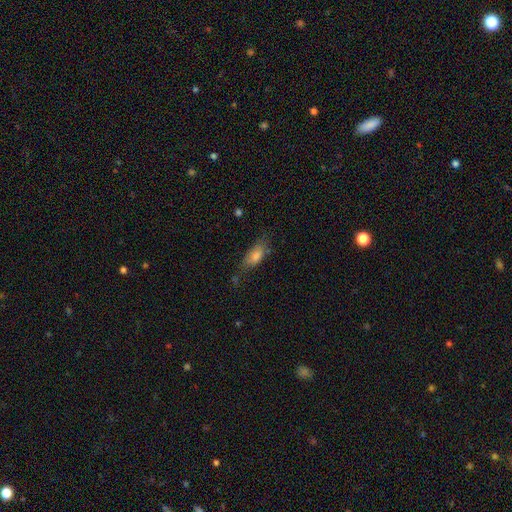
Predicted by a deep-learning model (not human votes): Overall: smooth (71%). How rounded: in between (71%). Merging: none (58%; minor disturbance 27%).